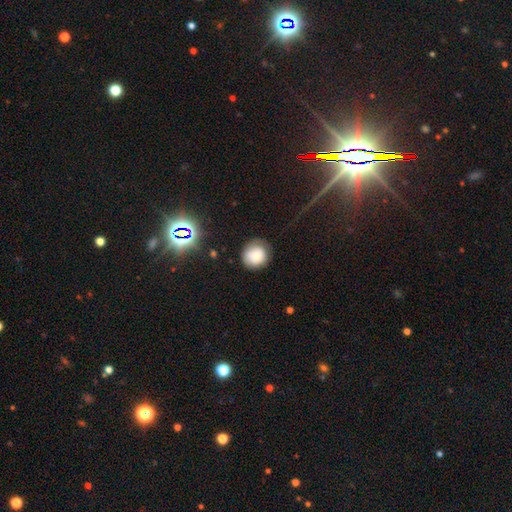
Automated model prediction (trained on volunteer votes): Q: Smooth or featured?
A: smooth (74%); runner-up: featured or disk (15%)
Q: How rounded?
A: round (89%); runner-up: in between (10%)
Q: Merging?
A: none (74%); runner-up: minor disturbance (19%)